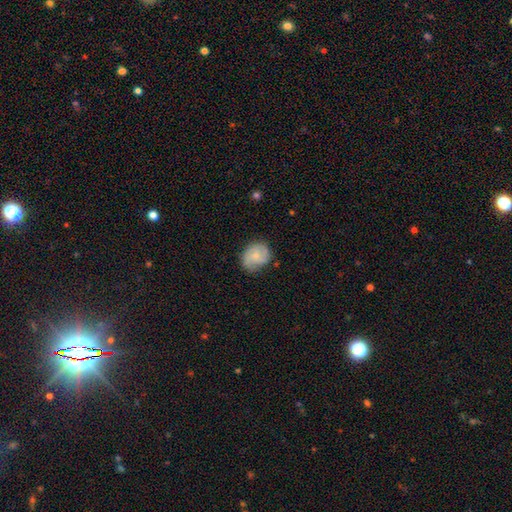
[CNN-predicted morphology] Smooth or featured: smooth — 53% (featured or disk — 40%)
How rounded: round — 62% (in between — 37%)
Merging: none — 62% (minor disturbance — 28%)